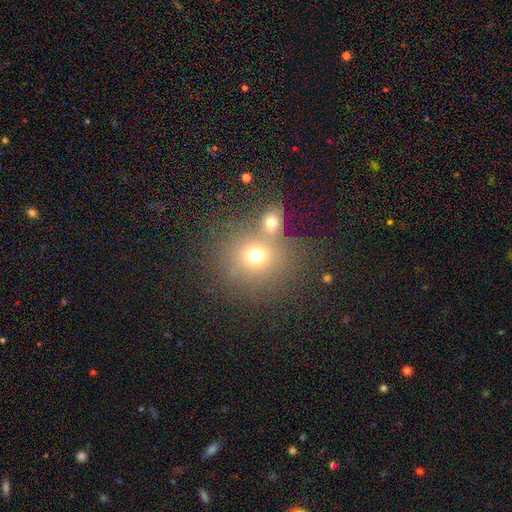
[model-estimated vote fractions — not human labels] Q: Smooth or featured?
A: smooth (69%); runner-up: star or artifact (18%)
Q: How rounded?
A: round (82%); runner-up: in between (17%)
Q: Merging?
A: none (53%); runner-up: merger (33%)